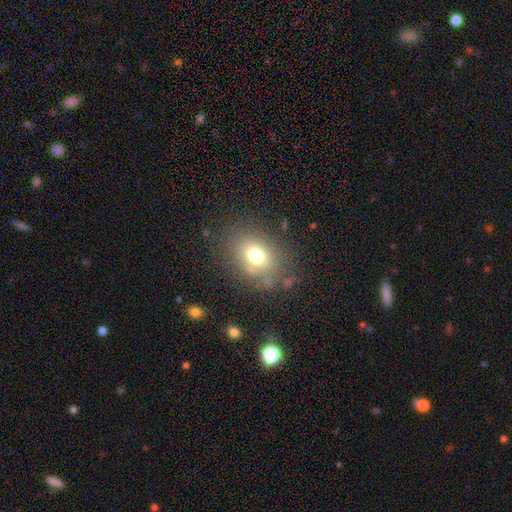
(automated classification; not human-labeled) Smooth or featured: smooth — 71% (featured or disk — 15%)
How rounded: in between — 57% (round — 42%)
Merging: none — 75% (minor disturbance — 14%)